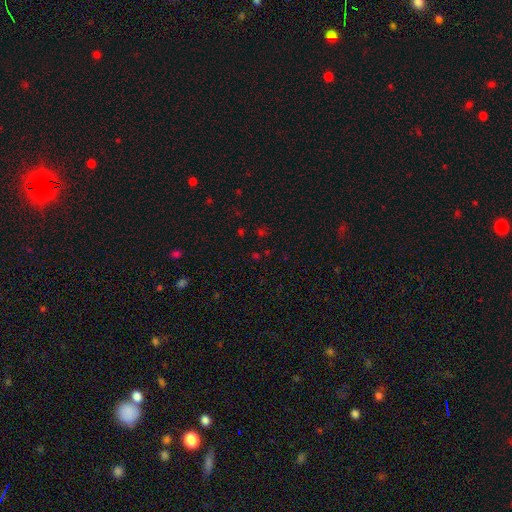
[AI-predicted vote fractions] smooth-or-featured: star or artifact: 57% | smooth: 36% | featured or disk: 7%